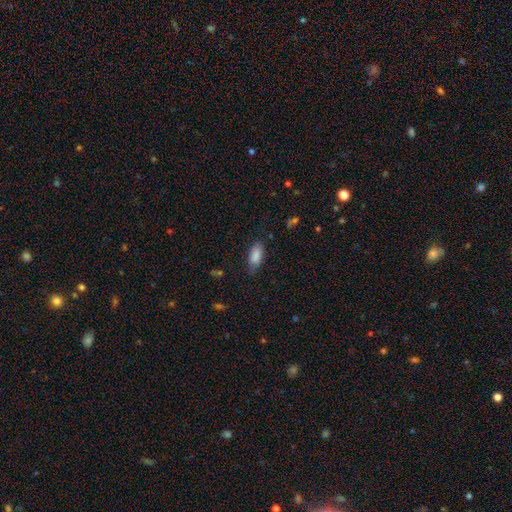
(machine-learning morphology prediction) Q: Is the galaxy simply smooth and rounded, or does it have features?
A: smooth — 87%.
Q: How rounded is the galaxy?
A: in between — 87%.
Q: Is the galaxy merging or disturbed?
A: none — 73%.